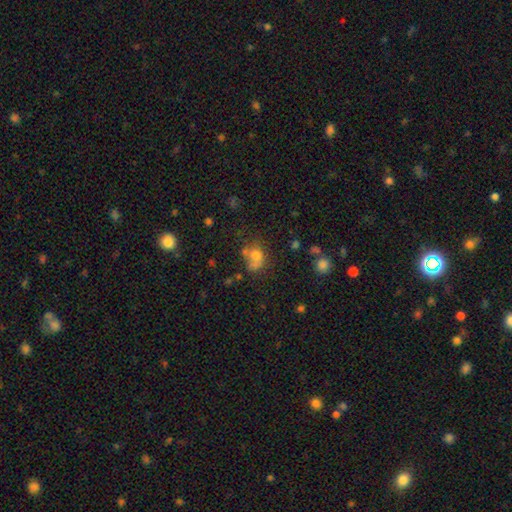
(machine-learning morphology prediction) The model was most divided on "merging": none: 35%, merger: 28%, minor disturbance: 20%, major disturbance: 18%. More confident: smooth or featured — smooth (66%); how rounded — round (55%).